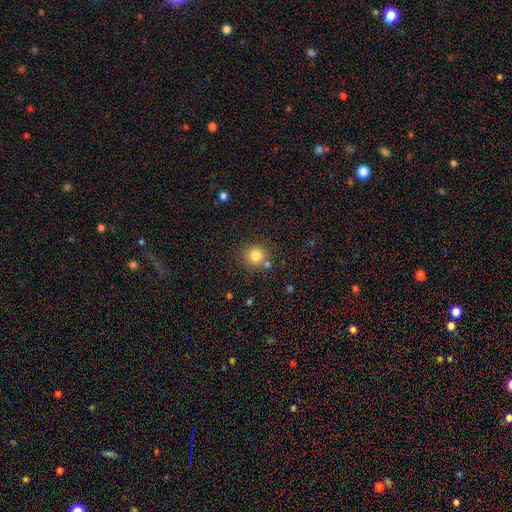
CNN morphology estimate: Smooth or featured? smooth (81%)
How rounded? round (91%)
Merging? none (76%)